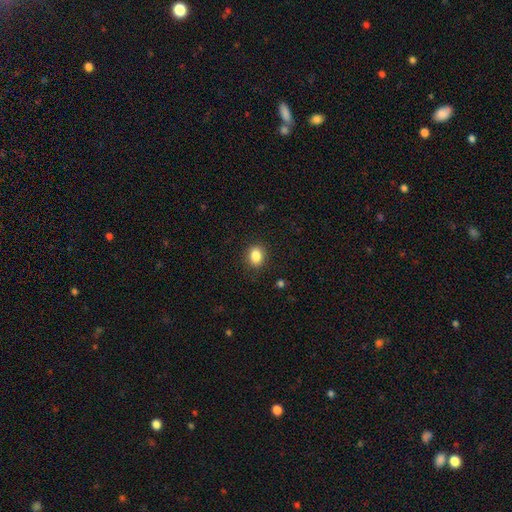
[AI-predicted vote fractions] Q: Smooth or featured?
A: smooth (85%); runner-up: star or artifact (9%)
Q: How rounded?
A: in between (58%); runner-up: round (40%)
Q: Merging?
A: none (87%); runner-up: minor disturbance (9%)